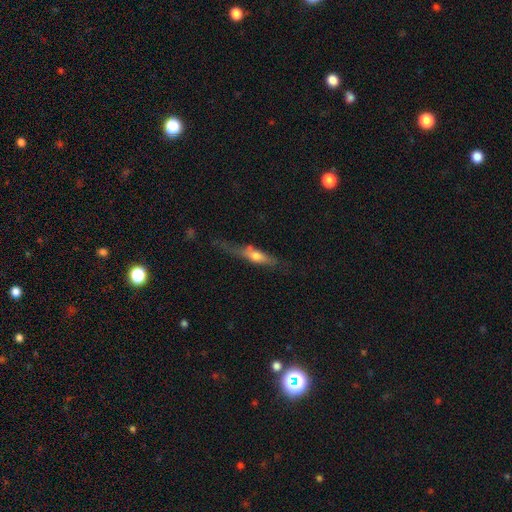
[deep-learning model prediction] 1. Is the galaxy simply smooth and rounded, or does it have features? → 52% smooth, 41% featured or disk, 7% star or artifact.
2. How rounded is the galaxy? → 68% cigar-shaped, 29% in between, 3% round.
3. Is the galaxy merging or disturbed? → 41% none, 31% minor disturbance, 21% major disturbance, 6% merger.